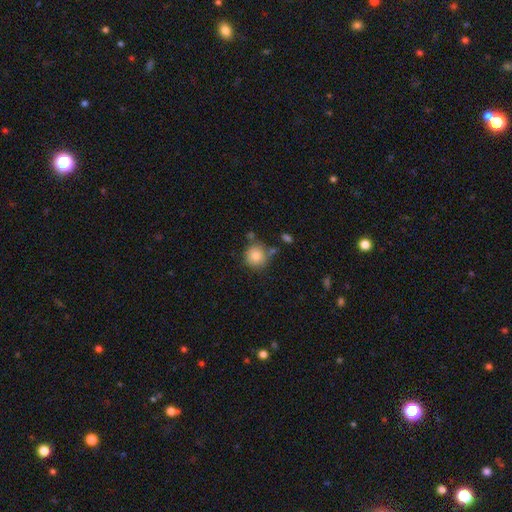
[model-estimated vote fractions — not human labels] smooth-or-featured: smooth: 81% | featured or disk: 9% | star or artifact: 9%
  how-rounded: round: 90% | in between: 9% | cigar-shaped: 1%
  merging: none: 69% | minor disturbance: 16% | merger: 10% | major disturbance: 4%